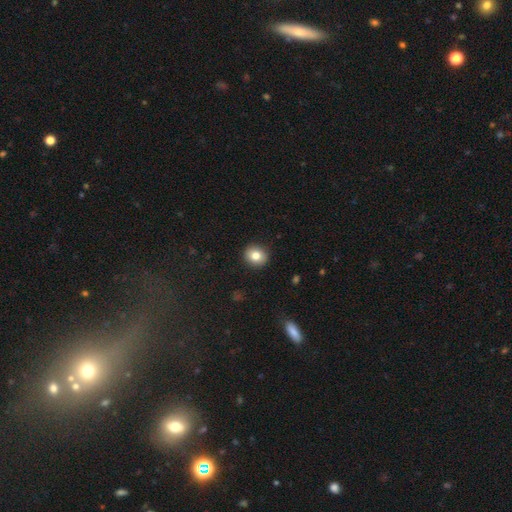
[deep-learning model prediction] Q: Smooth or featured?
A: smooth (82%); runner-up: star or artifact (10%)
Q: How rounded?
A: round (83%); runner-up: in between (16%)
Q: Merging?
A: none (91%); runner-up: minor disturbance (6%)